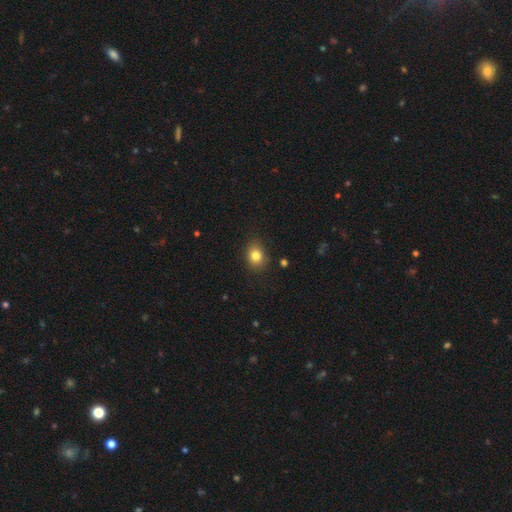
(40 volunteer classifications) Overall: smooth (88%). How rounded: in between (51%; round 49%). Merging: none (70%).